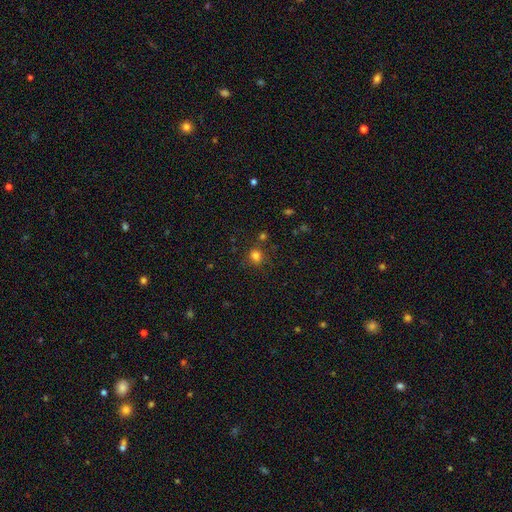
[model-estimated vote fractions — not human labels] Smooth or featured? Predicted: smooth (p=0.79). How rounded? Predicted: round (p=0.70). Merging? Predicted: none (p=0.74).